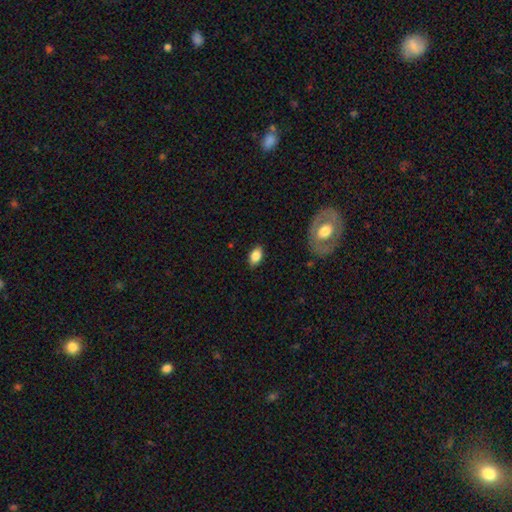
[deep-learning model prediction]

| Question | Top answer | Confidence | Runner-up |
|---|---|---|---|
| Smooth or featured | smooth | 83% | featured or disk (9%) |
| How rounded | in between | 90% | round (8%) |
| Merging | none | 85% | minor disturbance (12%) |